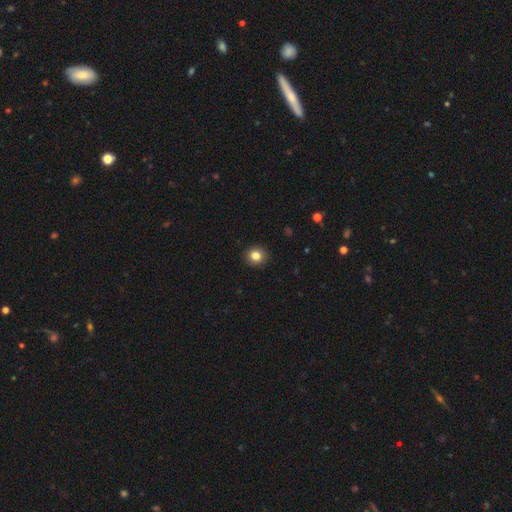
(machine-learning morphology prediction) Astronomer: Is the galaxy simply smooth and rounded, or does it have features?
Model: smooth — 84%.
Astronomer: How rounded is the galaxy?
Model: round — 87%.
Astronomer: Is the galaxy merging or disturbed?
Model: none — 92%.